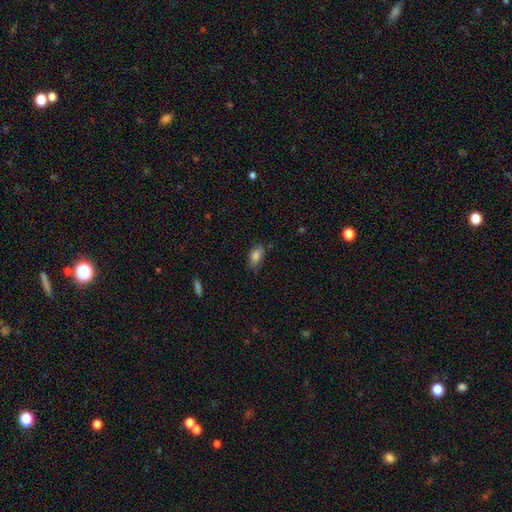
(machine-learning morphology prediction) Smooth or featured? Predicted: smooth (p=0.83). How rounded? Predicted: in between (p=0.90). Merging? Predicted: none (p=0.74).